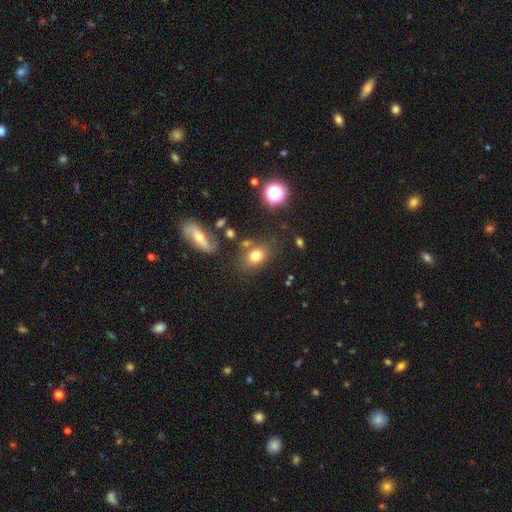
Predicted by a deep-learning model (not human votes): A smooth galaxy with no disk features (74%) that is in between round and cigar-shaped (57%).

Vote fractions:
- Smooth or featured? smooth: 74% / star or artifact: 14% / featured or disk: 12%
- How rounded? in between: 57% / round: 42% / cigar-shaped: 2%
- Merging? none: 69% / minor disturbance: 15% / merger: 10% / major disturbance: 6%